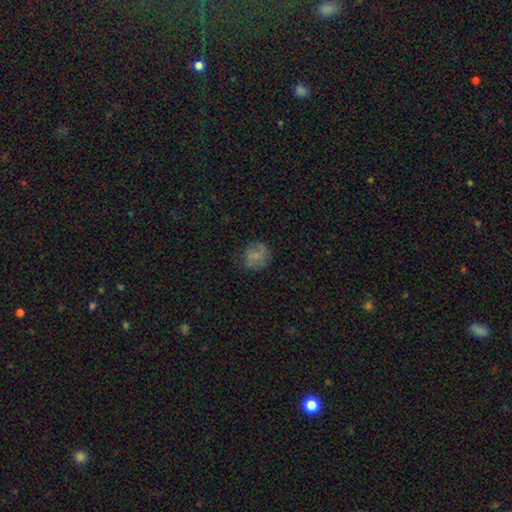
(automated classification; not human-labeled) smooth_or_featured: smooth (p=0.60) [alt: featured or disk p=0.30]
how_rounded: round (p=0.83) [alt: in between p=0.16]
merging: none (p=0.76) [alt: minor disturbance p=0.17]